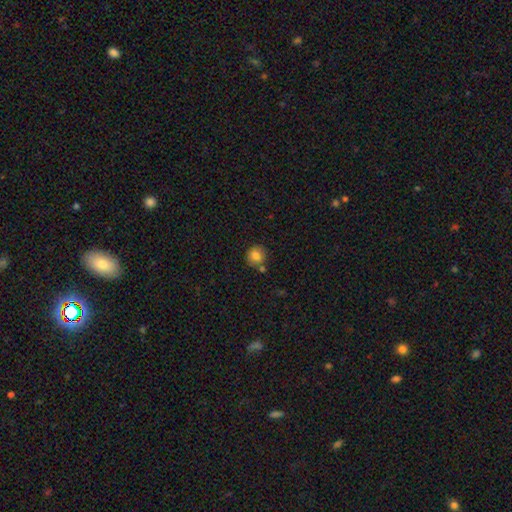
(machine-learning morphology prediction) This is clearly a smooth galaxy (82%). How rounded: clearly round (89%). Merging: likely none (73%).